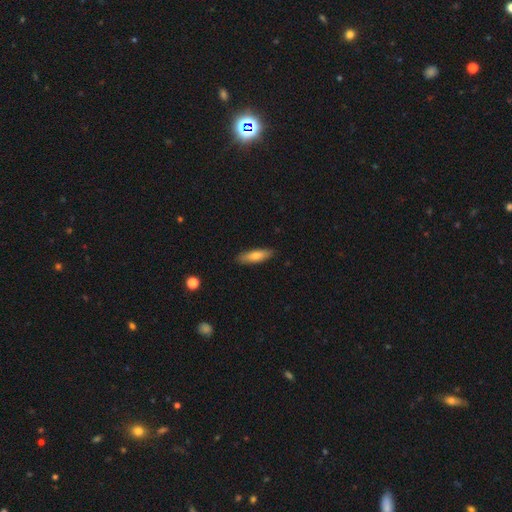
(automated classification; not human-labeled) The model was most divided on "how rounded": cigar-shaped: 55%, in between: 43%, round: 2%. More confident: merging — none (87%); smooth or featured — smooth (70%).